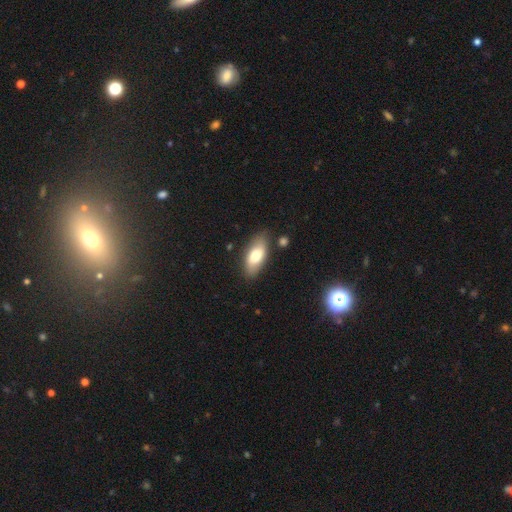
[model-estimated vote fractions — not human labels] Smooth or featured? Predicted: smooth (p=0.71). How rounded? Predicted: in between (p=0.88). Merging? Predicted: none (p=0.81).